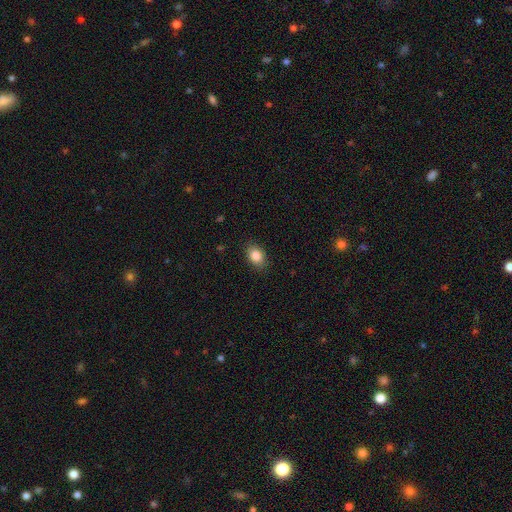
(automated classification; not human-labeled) smooth 85%, star or artifact 9%, featured or disk 7%. Down the decision tree: how rounded — in between (73%); merging — none (86%).